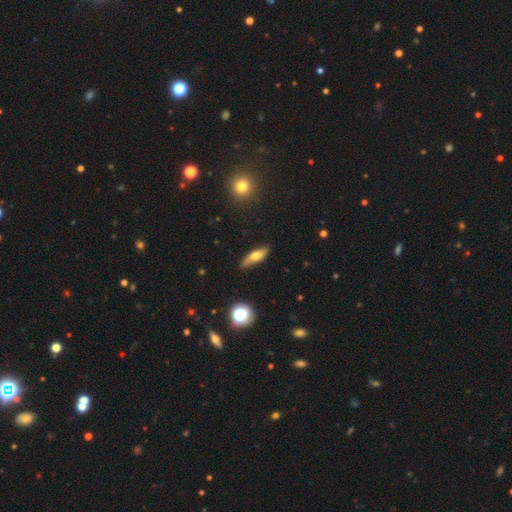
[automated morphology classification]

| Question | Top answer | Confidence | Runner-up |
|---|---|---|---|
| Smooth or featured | smooth | 53% | featured or disk (39%) |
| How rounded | cigar-shaped | 48% | in between (47%) |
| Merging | none | 79% | minor disturbance (16%) |